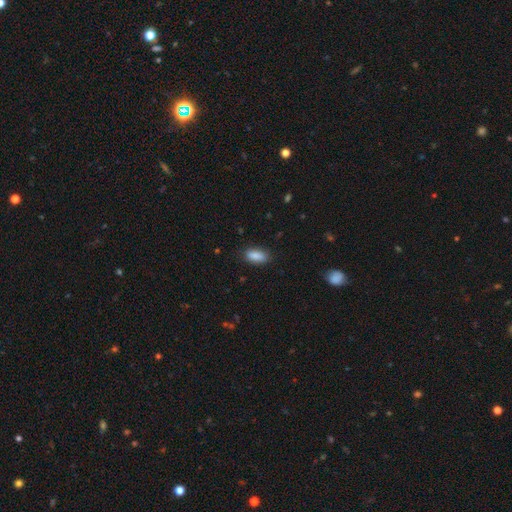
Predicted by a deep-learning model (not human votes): Q: Smooth or featured?
A: smooth (88%); runner-up: star or artifact (7%)
Q: How rounded?
A: in between (85%); runner-up: cigar-shaped (12%)
Q: Merging?
A: none (84%); runner-up: minor disturbance (12%)